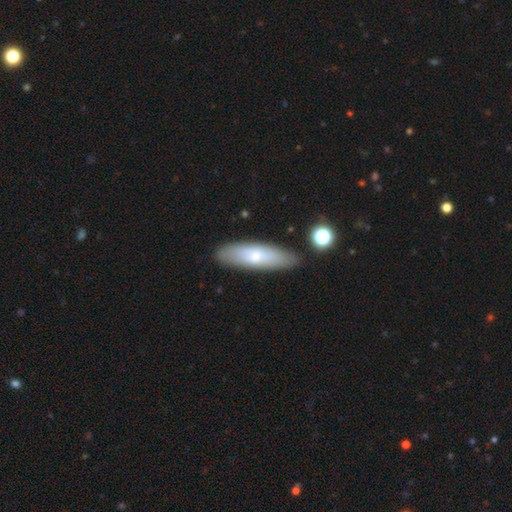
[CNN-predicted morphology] smooth 65%, featured or disk 28%, star or artifact 7%. Down the decision tree: how rounded — cigar-shaped (56%); merging — none (85%).